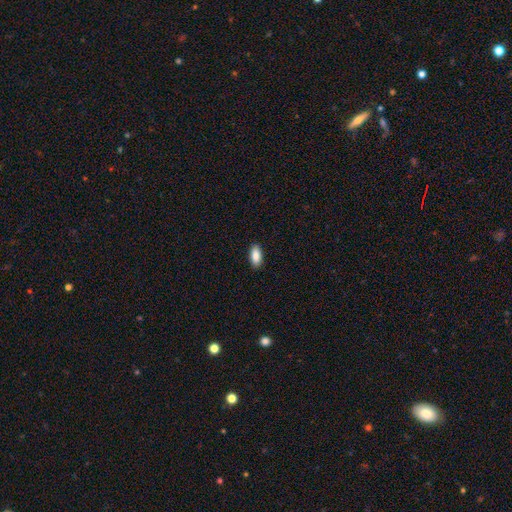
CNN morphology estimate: smooth-or-featured: smooth: 89% | star or artifact: 6% | featured or disk: 5%
  how-rounded: in between: 91% | cigar-shaped: 7% | round: 2%
  merging: none: 89% | minor disturbance: 8% | major disturbance: 2% | merger: 1%